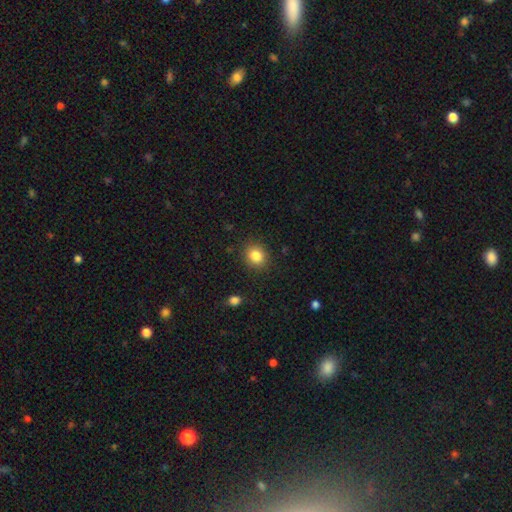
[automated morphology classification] Smooth or featured: smooth — 84% (star or artifact — 10%)
How rounded: round — 70% (in between — 29%)
Merging: none — 88% (minor disturbance — 8%)